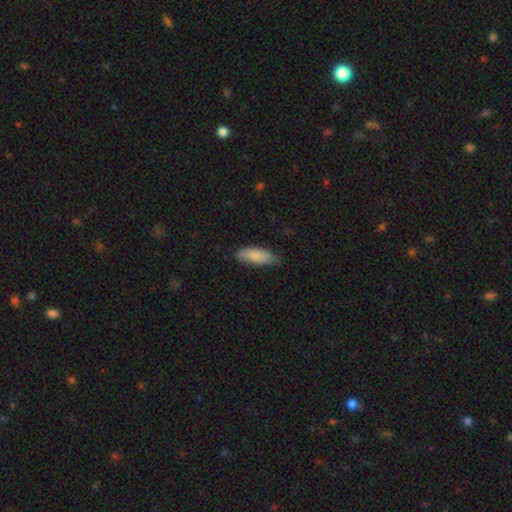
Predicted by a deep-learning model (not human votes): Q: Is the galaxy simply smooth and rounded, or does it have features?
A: smooth — 83%.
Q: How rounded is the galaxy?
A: in between — 69%.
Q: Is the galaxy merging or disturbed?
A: none — 66%.